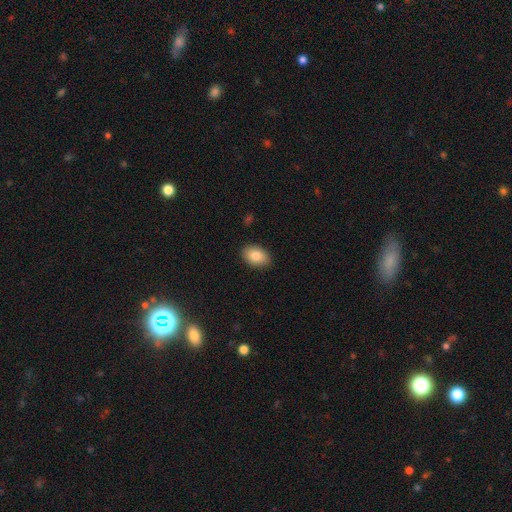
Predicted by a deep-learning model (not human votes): Smooth or featured? smooth (85%)
How rounded? in between (84%)
Merging? none (88%)